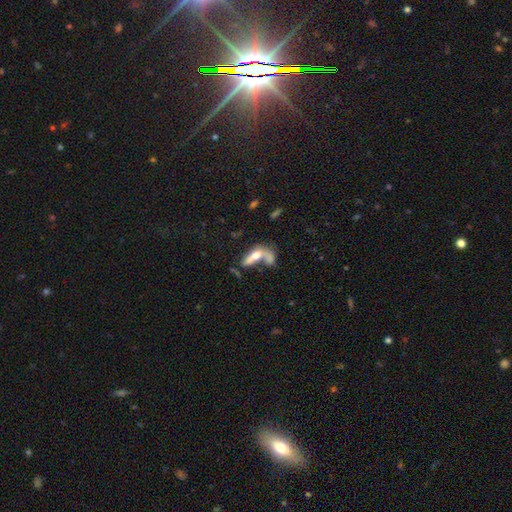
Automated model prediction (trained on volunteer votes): A smooth galaxy with no disk features (52%) that is in between round and cigar-shaped (58%).

Vote fractions:
- Smooth or featured? smooth: 52% / featured or disk: 38% / star or artifact: 10%
- How rounded? in between: 58% / cigar-shaped: 37% / round: 5%
- Merging? merger: 46% / none: 22% / major disturbance: 21% / minor disturbance: 11%